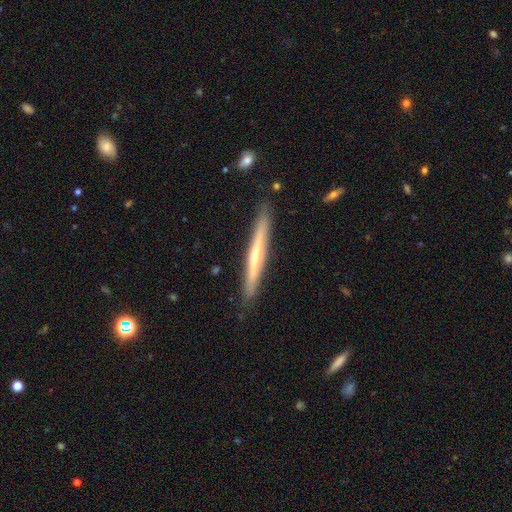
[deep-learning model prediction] Smooth or featured? Predicted: featured or disk (p=0.59). Edge-on disk? Predicted: yes (p=0.96). Edge-on bulge? Predicted: rounded (p=0.48). Merging? Predicted: none (p=0.89).